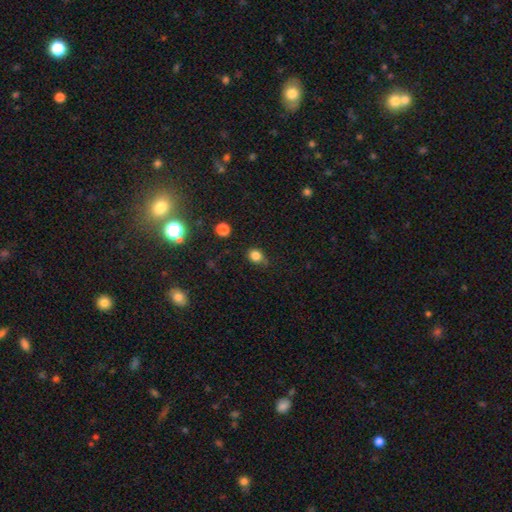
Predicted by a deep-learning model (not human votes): Overall: smooth (82%). How rounded: round (64%; in between 35%). Merging: none (72%).